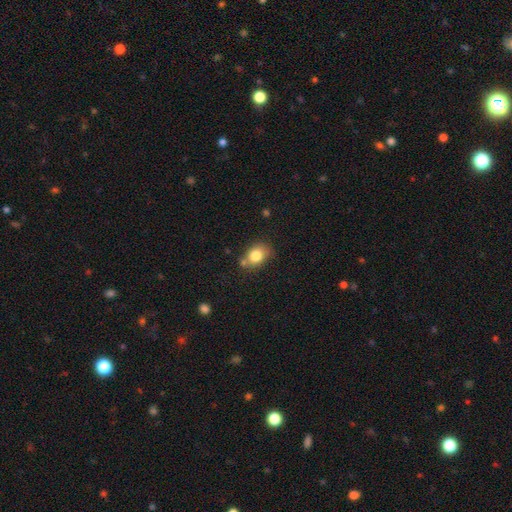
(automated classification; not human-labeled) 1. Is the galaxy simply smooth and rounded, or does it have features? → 80% smooth, 11% featured or disk, 10% star or artifact.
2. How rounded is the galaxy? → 61% in between, 37% round, 1% cigar-shaped.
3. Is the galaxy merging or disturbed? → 62% none, 21% minor disturbance, 12% merger, 5% major disturbance.